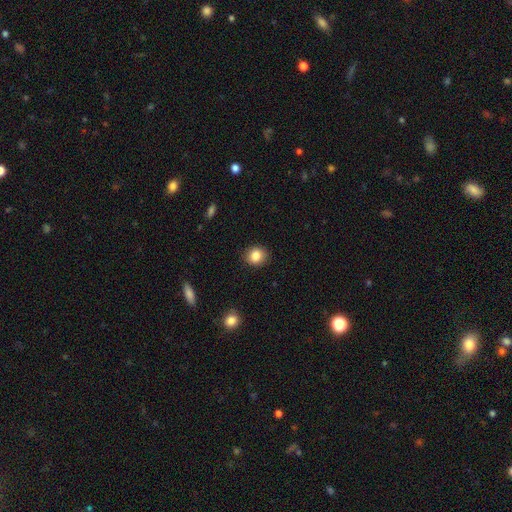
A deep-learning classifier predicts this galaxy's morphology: A smooth galaxy with no disk features (85%) that is round (74%).

Vote fractions:
- Smooth or featured? smooth: 85% / star or artifact: 10% / featured or disk: 6%
- How rounded? round: 74% / in between: 25% / cigar-shaped: 1%
- Merging? none: 89% / minor disturbance: 8% / major disturbance: 2% / merger: 1%